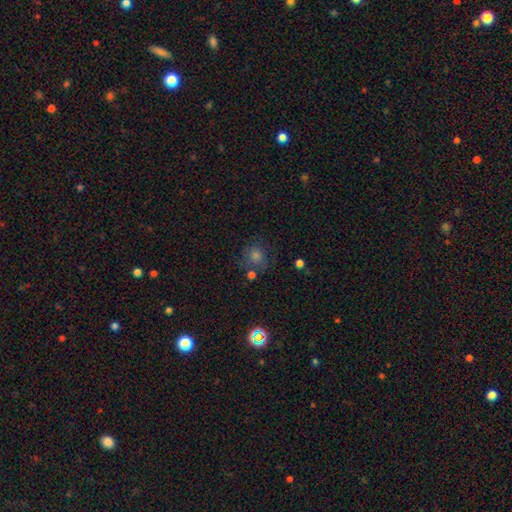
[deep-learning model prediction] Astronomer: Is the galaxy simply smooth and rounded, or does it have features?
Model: smooth — 57%.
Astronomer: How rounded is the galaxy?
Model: round — 85%.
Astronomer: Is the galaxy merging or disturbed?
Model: none — 72%.